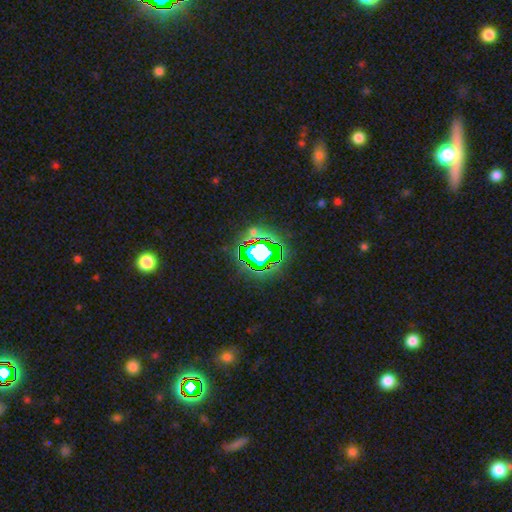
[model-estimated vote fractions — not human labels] Smooth or featured? Predicted: star or artifact (p=0.71).